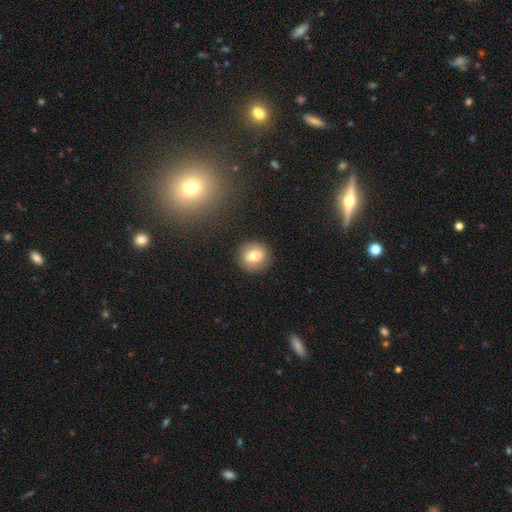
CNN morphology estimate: Q: Smooth or featured?
A: smooth (70%); runner-up: featured or disk (20%)
Q: How rounded?
A: round (82%); runner-up: in between (17%)
Q: Merging?
A: none (89%); runner-up: minor disturbance (7%)